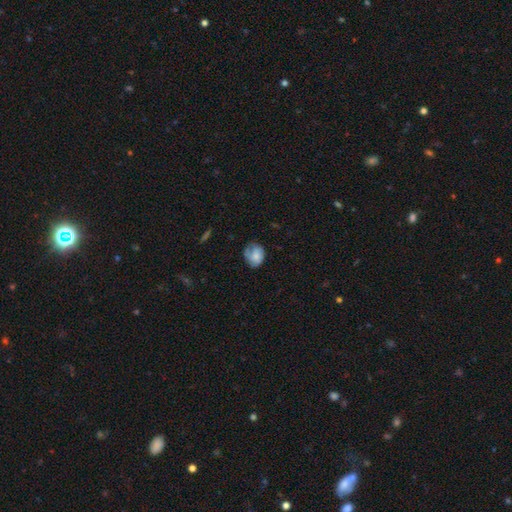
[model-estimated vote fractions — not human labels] This is possibly a smooth galaxy (59%). How rounded: possibly round (50%). Merging: possibly none (49%).